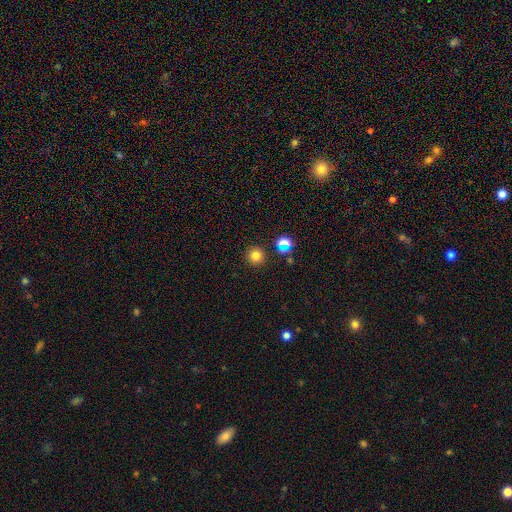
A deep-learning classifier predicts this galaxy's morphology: type=smooth (78%); roundness=round (94%); merging=none (88%).